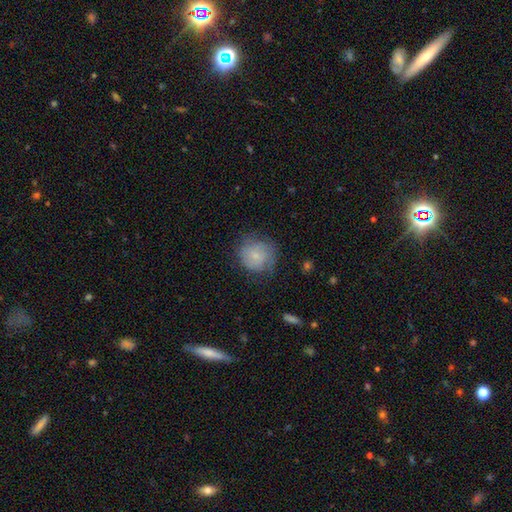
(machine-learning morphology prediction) Overall: smooth (65%; featured or disk 27%). How rounded: round (86%). Merging: none (61%; minor disturbance 26%).